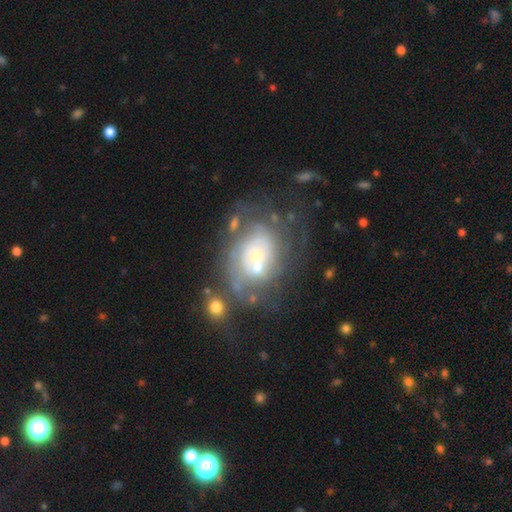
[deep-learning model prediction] smooth_or_featured: featured or disk (p=0.70) [alt: smooth p=0.20]
disk_edge_on: no (p=0.97) [alt: yes p=0.03]
bar: no (p=0.80) [alt: weak p=0.17]
has_spiral_arms: yes (p=0.71) [alt: no p=0.29]
bulge_size: small (p=0.56) [alt: moderate p=0.27]
merging: none (p=0.45) [alt: major disturbance p=0.21]